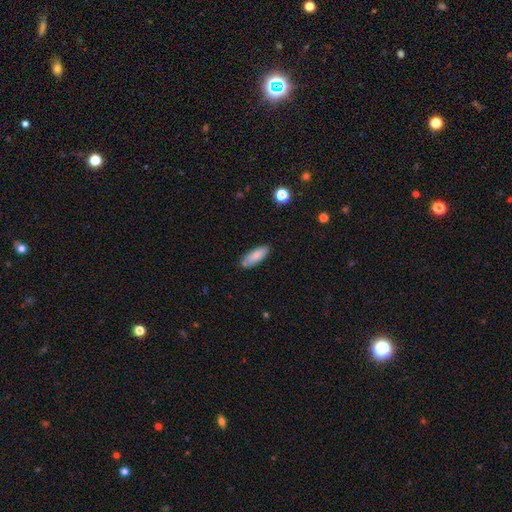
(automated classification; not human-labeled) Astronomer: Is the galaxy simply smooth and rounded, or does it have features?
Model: smooth — 84%.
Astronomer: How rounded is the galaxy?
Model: in between — 67%.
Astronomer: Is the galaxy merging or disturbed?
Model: none — 79%.